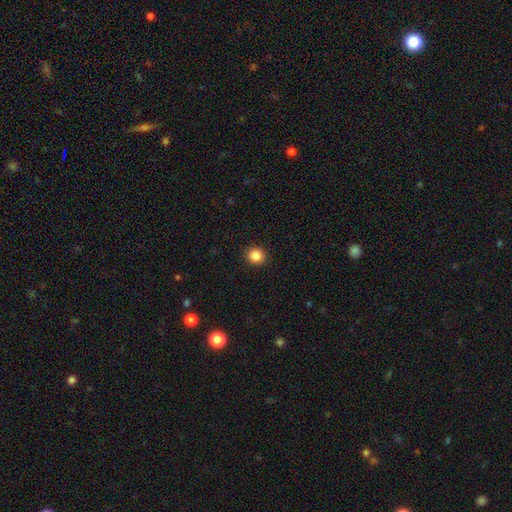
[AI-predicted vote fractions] Overall: smooth (86%). How rounded: round (86%). Merging: none (92%).